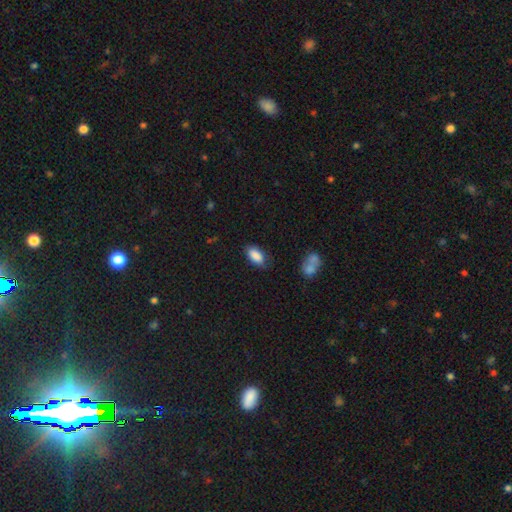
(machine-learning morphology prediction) smooth-or-featured: smooth: 87% | star or artifact: 7% | featured or disk: 5%
  how-rounded: in between: 92% | cigar-shaped: 4% | round: 4%
  merging: none: 75% | minor disturbance: 18% | major disturbance: 4% | merger: 2%